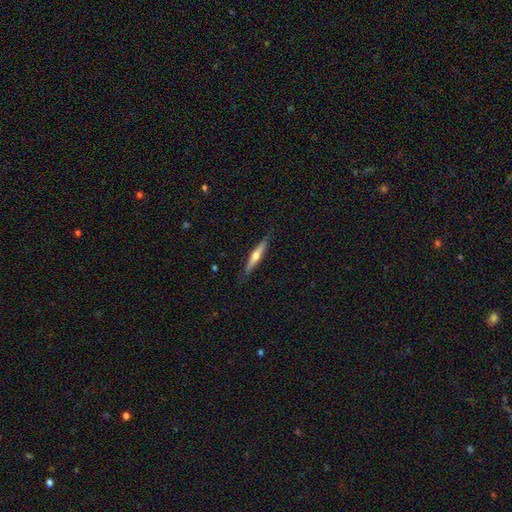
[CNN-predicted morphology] A featured or disk galaxy (55%) viewed edge-on (95%) with a rounded central bulge (88%).

Vote fractions:
- Smooth or featured? featured or disk: 55% / smooth: 39% / star or artifact: 5%
- Edge-on disk? yes: 95% / no: 5%
- Edge-on bulge? rounded: 88% / none: 9% / boxy: 3%
- Merging? none: 87% / minor disturbance: 10% / major disturbance: 2% / merger: 1%